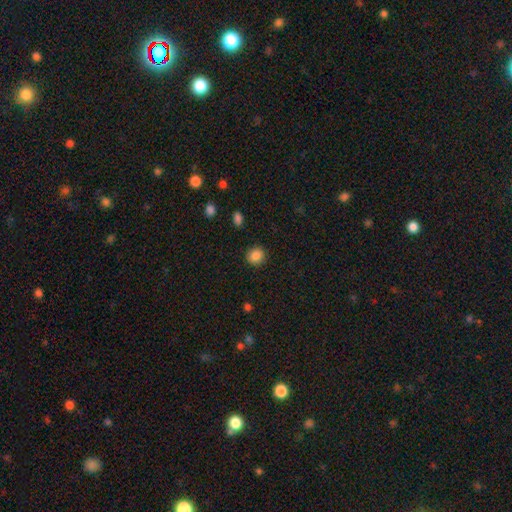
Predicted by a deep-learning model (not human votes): This appears to be a smooth galaxy with no disk features (87%) that is round (84%). Merging: none (90%).